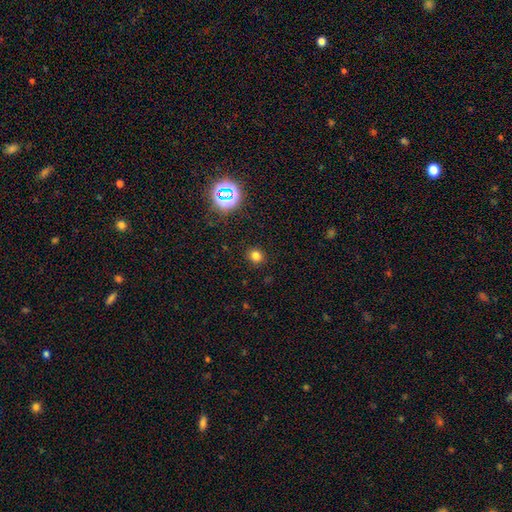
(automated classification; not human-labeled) smooth-or-featured: smooth: 76% | star or artifact: 19% | featured or disk: 5%
  how-rounded: round: 81% | in between: 18% | cigar-shaped: 1%
  merging: none: 89% | minor disturbance: 7% | major disturbance: 3% | merger: 1%